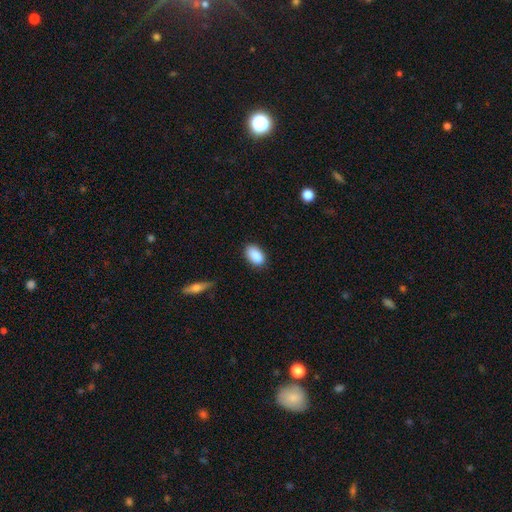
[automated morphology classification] Overall: smooth (89%). How rounded: in between (91%). Merging: none (81%).